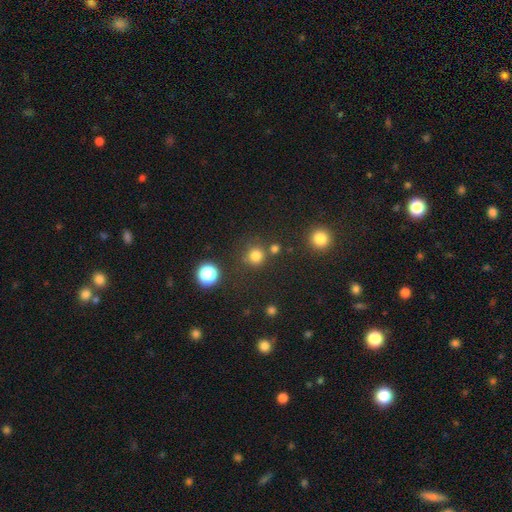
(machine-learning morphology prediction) smooth_or_featured: smooth (p=0.77) [alt: star or artifact p=0.18]
how_rounded: round (p=0.91) [alt: in between p=0.08]
merging: none (p=0.76) [alt: merger p=0.10]